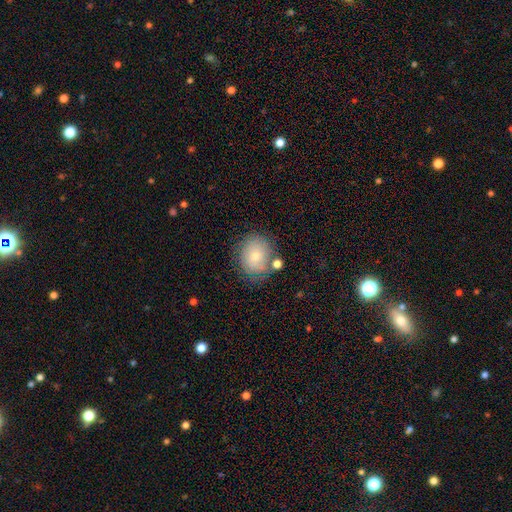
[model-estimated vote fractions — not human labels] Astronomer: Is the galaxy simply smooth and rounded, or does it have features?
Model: smooth — 65%.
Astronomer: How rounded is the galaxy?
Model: round — 65%.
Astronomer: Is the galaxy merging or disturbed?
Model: none — 72%.